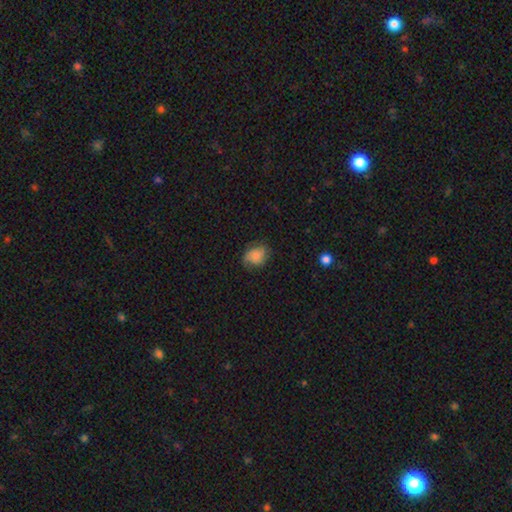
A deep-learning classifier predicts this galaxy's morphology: smooth 72%, featured or disk 19%, star or artifact 9%. Down the decision tree: how rounded — in between (52%); merging — none (65%).